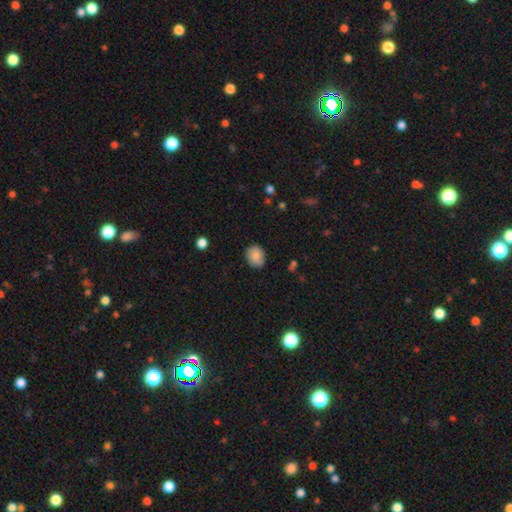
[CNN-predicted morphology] A smooth galaxy with no disk features (83%) that is round (53%).

Vote fractions:
- Smooth or featured? smooth: 83% / featured or disk: 9% / star or artifact: 8%
- How rounded? round: 53% / in between: 46% / cigar-shaped: 1%
- Merging? none: 80% / minor disturbance: 16% / major disturbance: 3% / merger: 1%